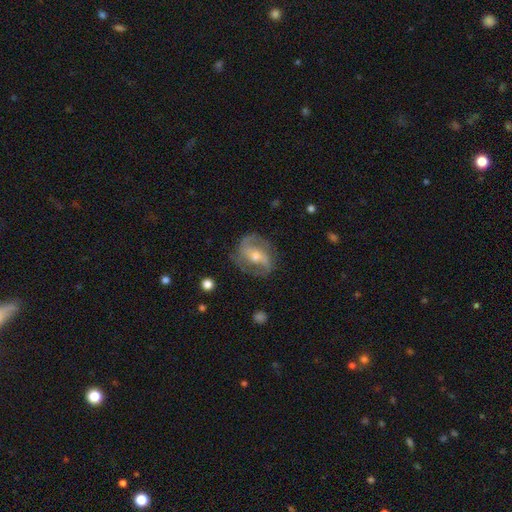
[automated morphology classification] The model was most divided on "bar": weak: 39%, strong: 36%, no: 25%. Remaining: edge-on disk — no (96%); spiral arms — yes (94%); spiral arm count — 2 (86%); smooth or featured — featured or disk (84%); merging — none (78%); bulge size — moderate (58%); spiral winding — medium (48%).